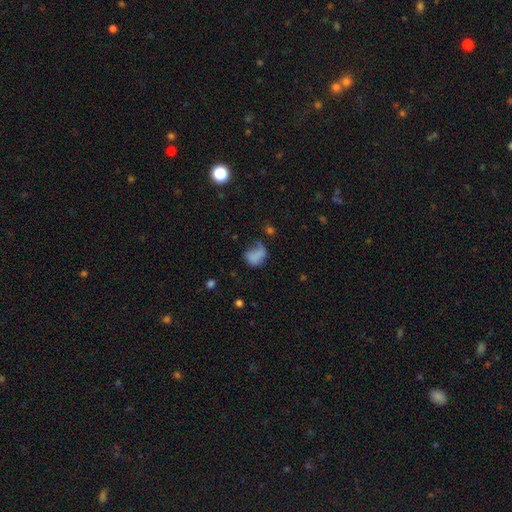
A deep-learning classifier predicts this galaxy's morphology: type=smooth (64%); roundness=in between (65%); merging=major disturbance (38%).